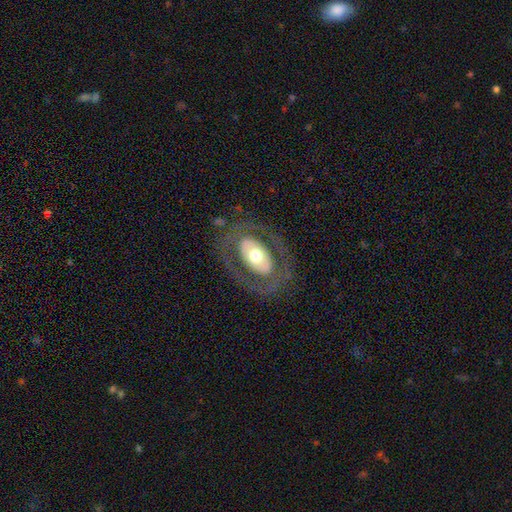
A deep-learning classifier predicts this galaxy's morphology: Overall: featured or disk (59%; smooth 36%). Edge-on disk: no (91%). Bar: no (75%). Spiral arms: no (79%). Bulge size: moderate (61%; large 24%). Merging: none (76%).